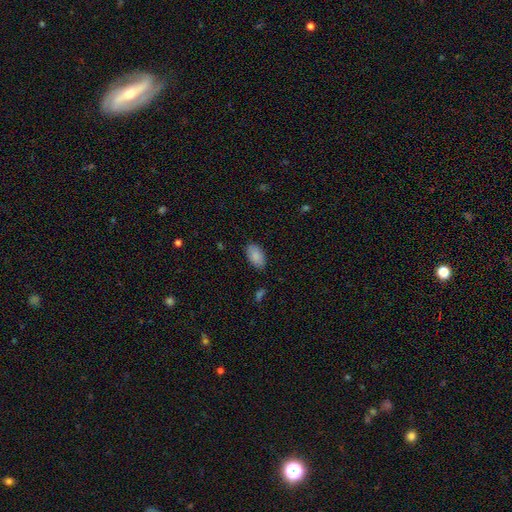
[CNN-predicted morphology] A smooth galaxy with no disk features (87%) that is in between round and cigar-shaped (94%). Merging: none (83%).